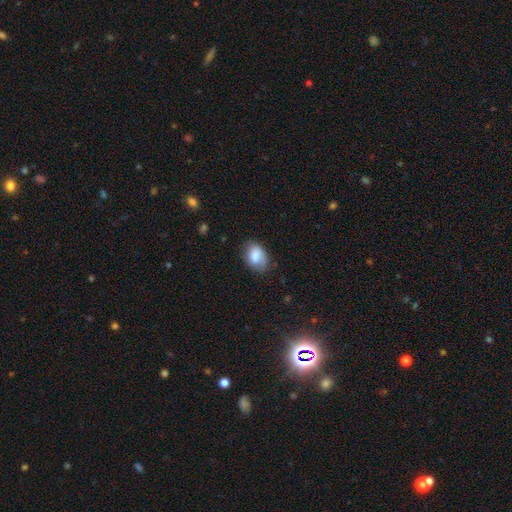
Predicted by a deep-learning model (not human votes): Smooth or featured? smooth (81%)
How rounded? in between (87%)
Merging? none (65%)